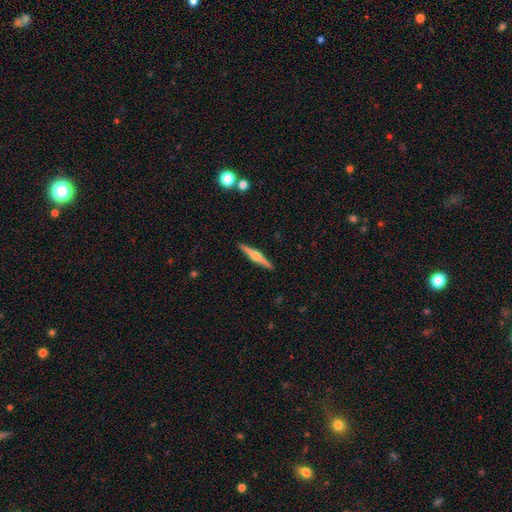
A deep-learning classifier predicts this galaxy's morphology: Q: Smooth or featured?
A: featured or disk (68%); runner-up: smooth (26%)
Q: Edge-on disk?
A: yes (98%); runner-up: no (2%)
Q: Edge-on bulge?
A: rounded (86%); runner-up: boxy (9%)
Q: Merging?
A: none (92%); runner-up: minor disturbance (6%)